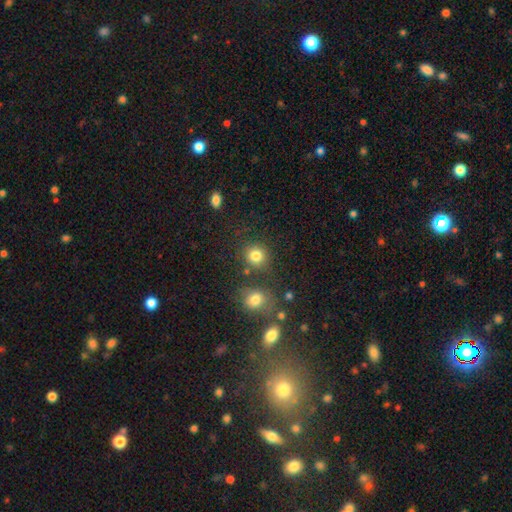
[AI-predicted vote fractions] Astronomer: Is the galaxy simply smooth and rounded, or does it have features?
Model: smooth — 82%.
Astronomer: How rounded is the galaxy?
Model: round — 87%.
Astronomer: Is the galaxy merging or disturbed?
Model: none — 75%.